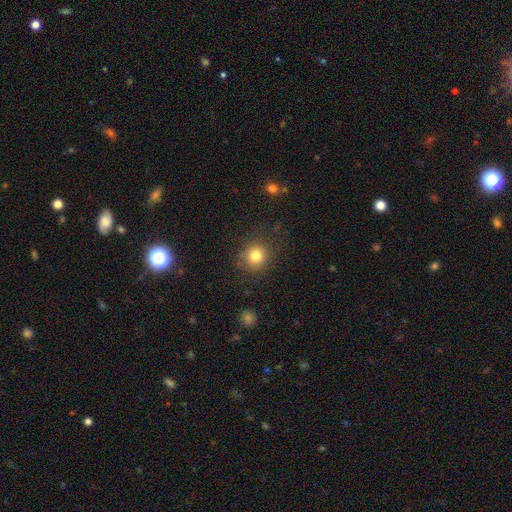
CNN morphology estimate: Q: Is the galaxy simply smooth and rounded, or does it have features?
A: smooth — 81%.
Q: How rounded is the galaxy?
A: round — 85%.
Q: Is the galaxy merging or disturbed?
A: none — 83%.